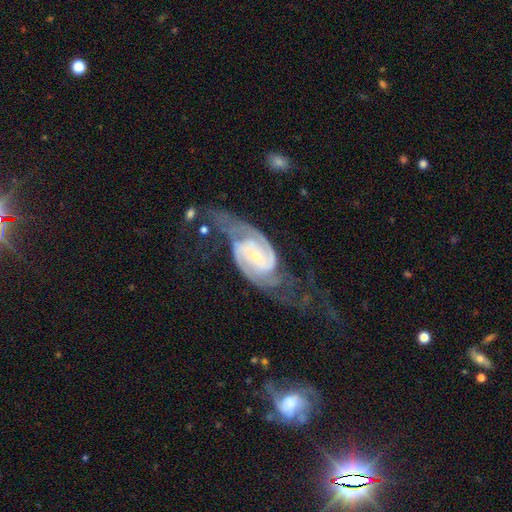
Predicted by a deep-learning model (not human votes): Smooth or featured: featured or disk — 91% (star or artifact — 5%)
Edge-on disk: no — 97% (yes — 3%)
Bar: no — 45% (weak — 36%)
Spiral arms: yes — 98% (no — 2%)
Spiral winding: medium — 45% (tight — 34%)
Spiral arm count: 2 — 86% (can't tell — 5%)
Bulge size: small — 70% (moderate — 25%)
Merging: none — 45% (major disturbance — 32%)